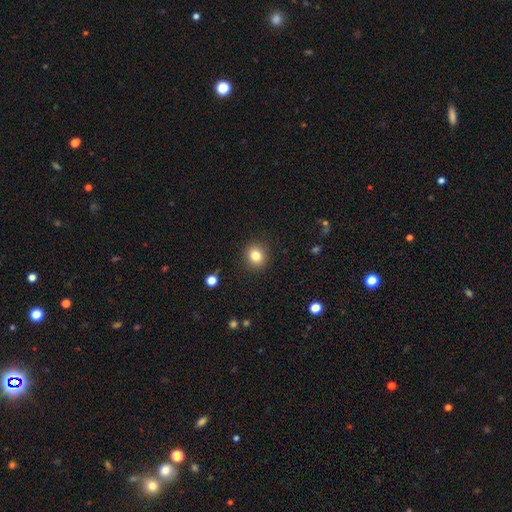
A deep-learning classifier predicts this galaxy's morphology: type=smooth (82%); roundness=round (82%); merging=none (90%).